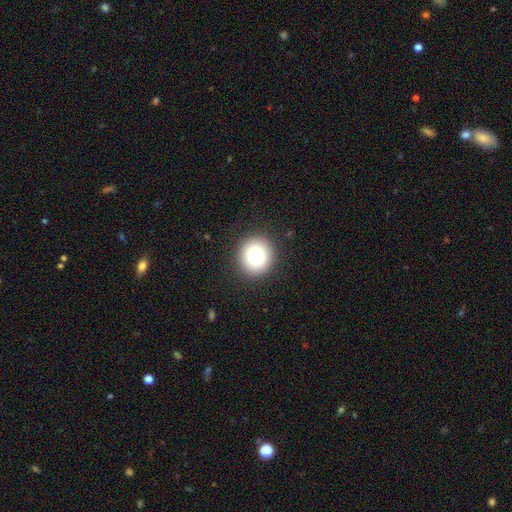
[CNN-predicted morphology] Smooth or featured: smooth — 78% (featured or disk — 12%)
How rounded: round — 91% (in between — 8%)
Merging: none — 90% (minor disturbance — 6%)